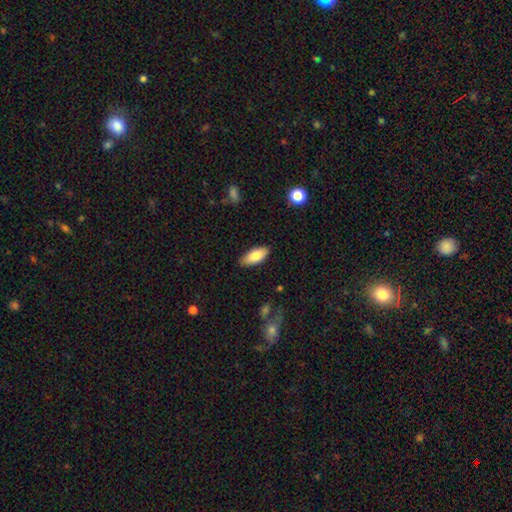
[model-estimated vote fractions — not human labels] Smooth or featured: smooth — 84% (featured or disk — 10%)
How rounded: in between — 84% (cigar-shaped — 14%)
Merging: none — 84% (minor disturbance — 13%)